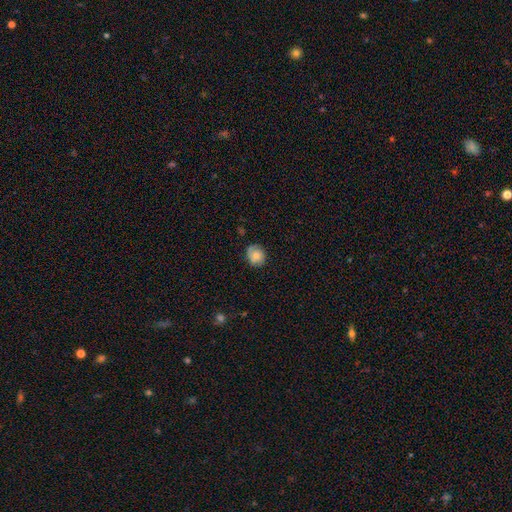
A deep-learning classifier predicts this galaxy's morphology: A smooth galaxy with no disk features (63%) that is round (66%).

Vote fractions:
- Smooth or featured? smooth: 63% / featured or disk: 29% / star or artifact: 8%
- How rounded? round: 66% / in between: 33% / cigar-shaped: 1%
- Merging? none: 73% / minor disturbance: 21% / major disturbance: 5% / merger: 1%